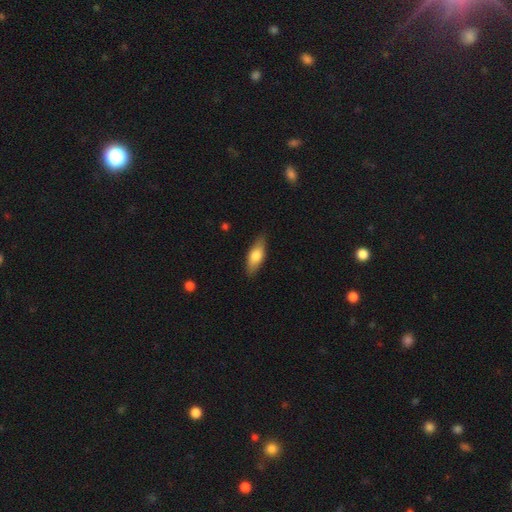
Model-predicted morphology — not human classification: Overall: smooth (69%). How rounded: in between (70%). Merging: none (84%).